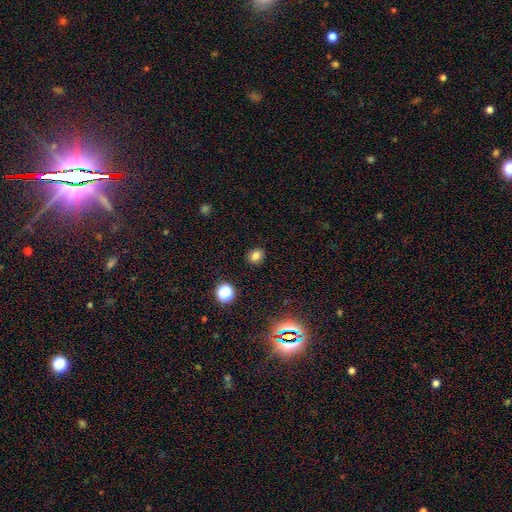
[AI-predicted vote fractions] Smooth or featured? Predicted: smooth (p=0.80). How rounded? Predicted: round (p=0.67). Merging? Predicted: none (p=0.89).